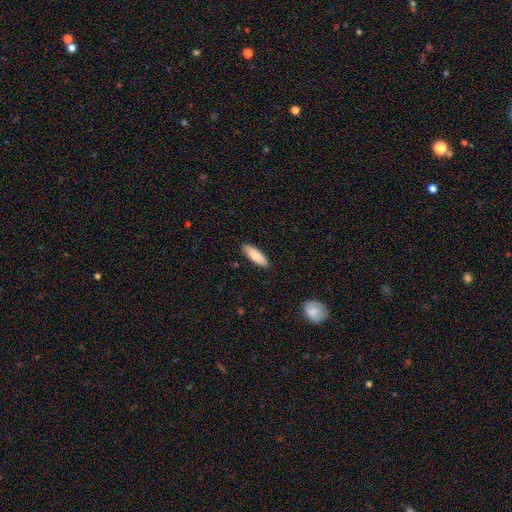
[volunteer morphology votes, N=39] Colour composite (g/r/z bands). It shows a smooth galaxy with no disk features (92%) that is cigar-shaped (56%). Merging: none (87%).